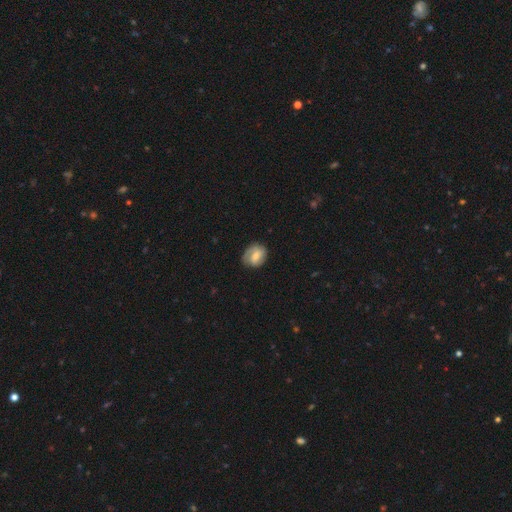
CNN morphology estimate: smooth-or-featured: featured or disk: 52% | smooth: 41% | star or artifact: 7%
  disk-edge-on: no: 97% | yes: 3%
    bar: weak: 48% | no: 33% | strong: 19%
    has-spiral-arms: yes: 83% | no: 17%
    bulge-size: moderate: 52% | small: 38% | large: 5% | none: 4% | dominant: 1%
  merging: none: 69% | minor disturbance: 22% | major disturbance: 7% | merger: 1%